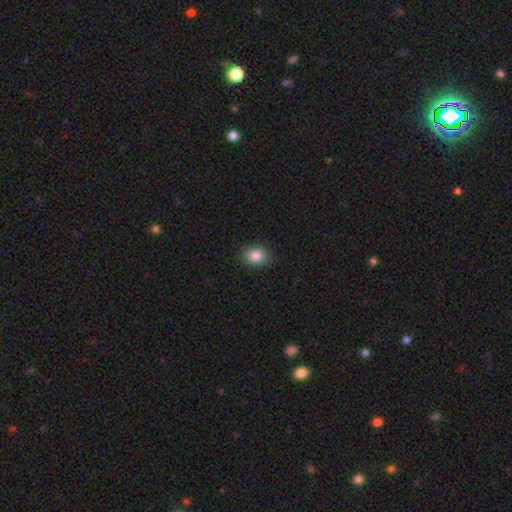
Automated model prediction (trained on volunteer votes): Smooth or featured? smooth (85%)
How rounded? in between (54%)
Merging? none (87%)